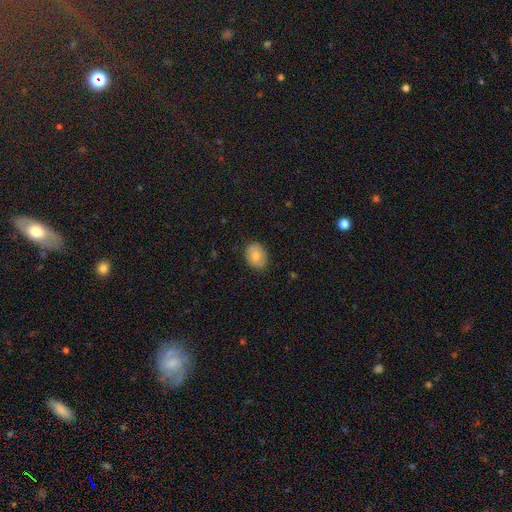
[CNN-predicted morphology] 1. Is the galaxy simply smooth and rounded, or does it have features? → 77% smooth, 15% featured or disk, 8% star or artifact.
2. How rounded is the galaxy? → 60% in between, 39% round, 1% cigar-shaped.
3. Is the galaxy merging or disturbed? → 84% none, 13% minor disturbance, 3% major disturbance, 1% merger.